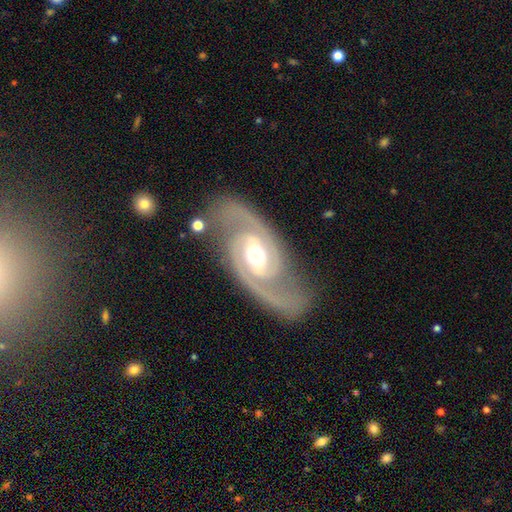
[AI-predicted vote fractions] Smooth or featured? featured or disk (93%)
Edge-on disk? no (97%)
Bar? no (42%)
Spiral arms? yes (98%)
Spiral winding? medium (53%)
Spiral arm count? 2 (94%)
Bulge size? moderate (75%)
Merging? none (79%)